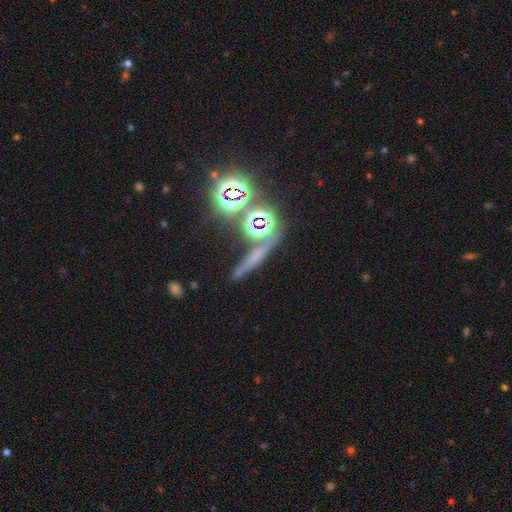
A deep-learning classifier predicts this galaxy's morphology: This is marginally a star or artifact rather than a galaxy (43%).